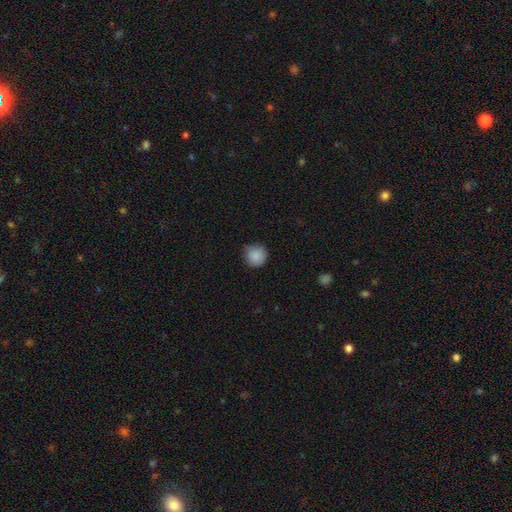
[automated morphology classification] Overall: smooth (88%). How rounded: round (93%). Merging: none (77%).